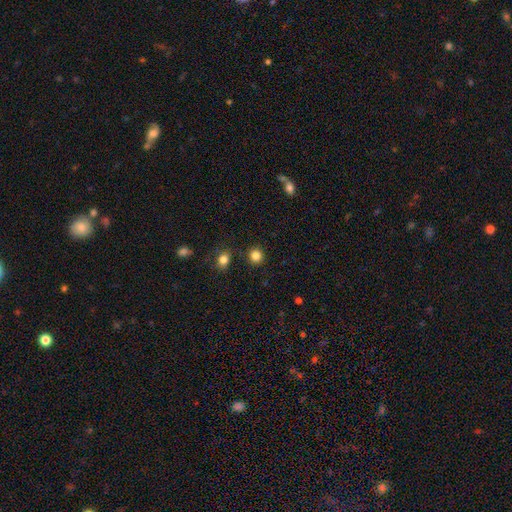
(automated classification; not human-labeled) This is clearly a smooth galaxy (84%). How rounded: clearly round (91%). Merging: clearly none (89%).